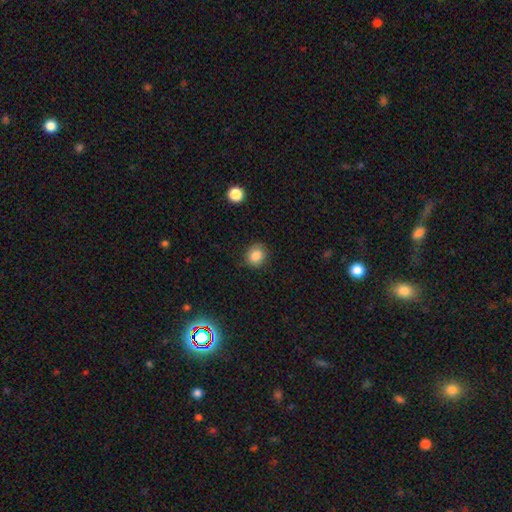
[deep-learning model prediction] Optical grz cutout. It shows a smooth galaxy with no disk features (85%) that is round (82%). Merging: none (86%).